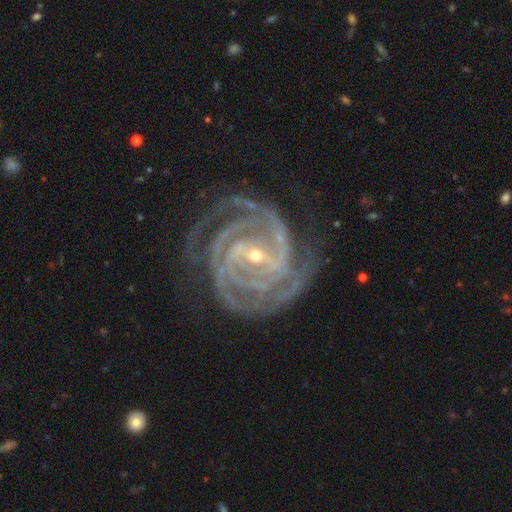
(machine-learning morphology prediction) Smooth or featured?
  - featured or disk: 93% *
  - star or artifact: 5%
  - smooth: 3%
Edge-on disk?
  - no: 97% *
  - yes: 3%
Bar?
  - strong: 41% *
  - weak: 38%
  - no: 21%
Spiral arms?
  - yes: 99% *
  - no: 1%
Spiral winding?
  - tight: 77% *
  - medium: 20%
  - loose: 3%
Spiral arm count?
  - 3: 27% *
  - 4: 23%
  - 2: 22%
  - can't tell: 13%
  - more than 4: 9%
  - 1: 7%
Bulge size?
  - small: 68% *
  - moderate: 29%
  - large: 1%
  - none: 1%
  - dominant: 1%
Merging?
  - none: 72% *
  - minor disturbance: 18%
  - major disturbance: 9%
  - merger: 2%